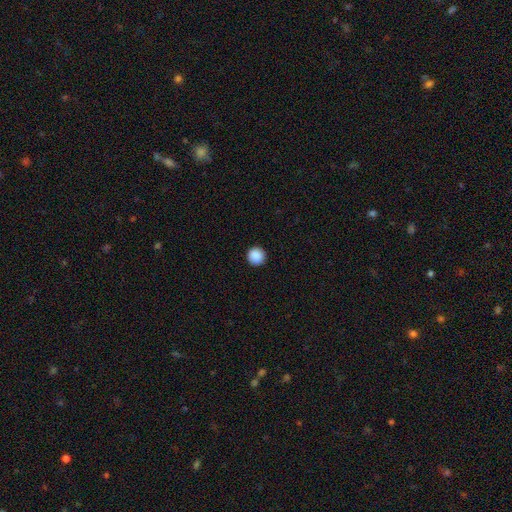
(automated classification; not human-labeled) Smooth or featured: smooth — 89% (star or artifact — 9%)
How rounded: round — 96% (in between — 3%)
Merging: none — 92% (minor disturbance — 5%)